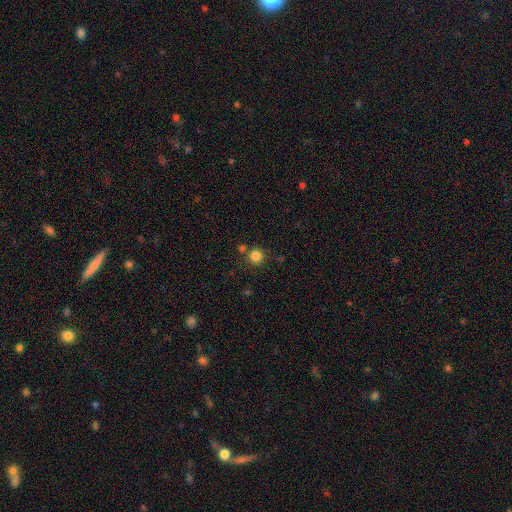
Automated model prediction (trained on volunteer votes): smooth 84%, star or artifact 12%, featured or disk 4%. Down the decision tree: how rounded — round (94%); merging — none (80%).